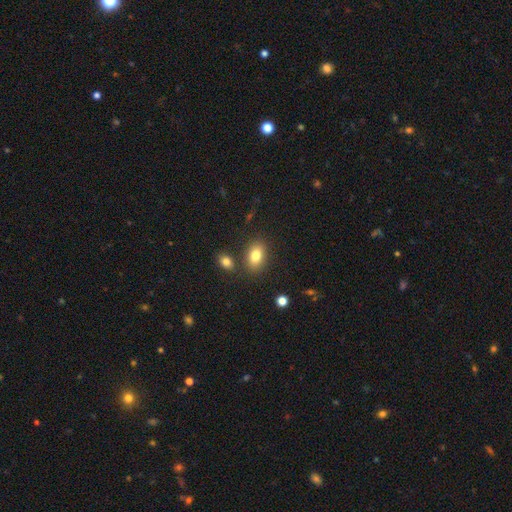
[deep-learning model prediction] Smooth or featured? Predicted: smooth (p=0.81). How rounded? Predicted: in between (p=0.83). Merging? Predicted: none (p=0.79).